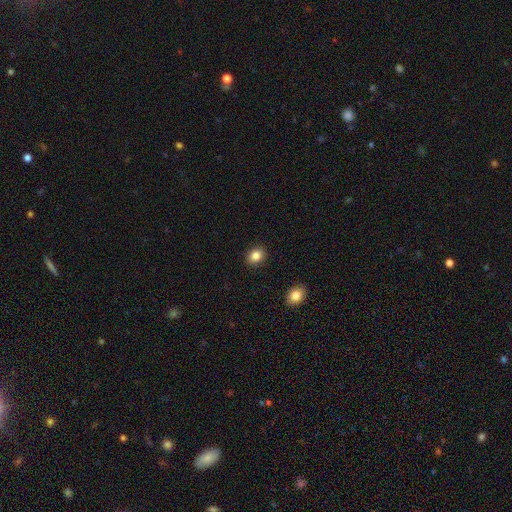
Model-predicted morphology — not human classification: This appears to be a smooth galaxy with no disk features (85%) that is round (54%). Merging: none (90%).